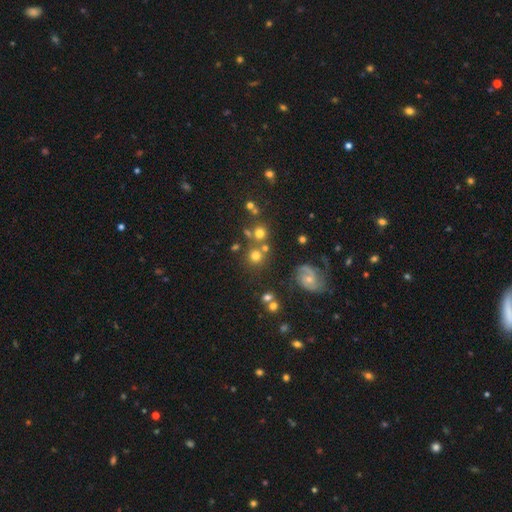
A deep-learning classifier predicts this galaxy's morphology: Smooth or featured: smooth — 66% (featured or disk — 18%)
How rounded: round — 89% (in between — 10%)
Merging: none — 70% (merger — 16%)